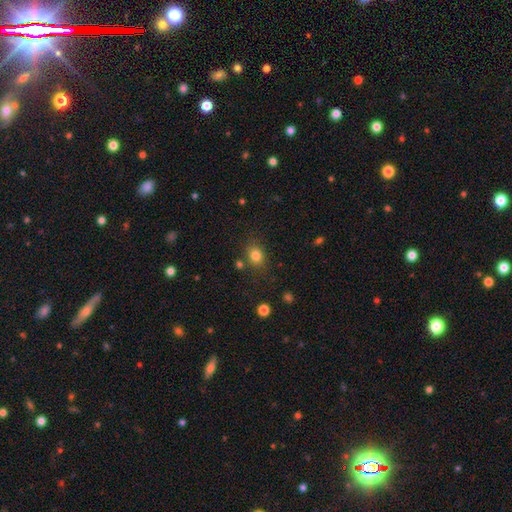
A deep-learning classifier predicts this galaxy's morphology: type=smooth (82%); roundness=round (56%); merging=none (76%).